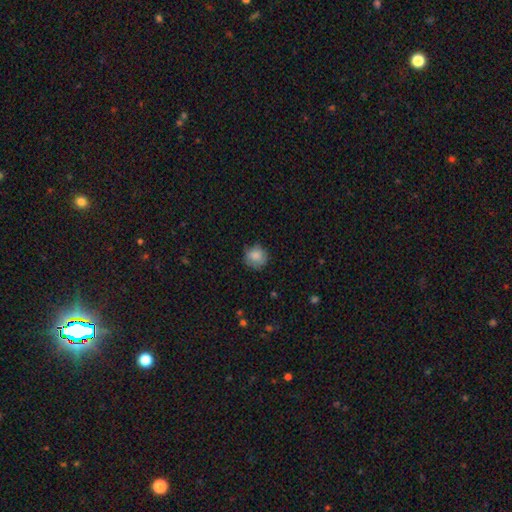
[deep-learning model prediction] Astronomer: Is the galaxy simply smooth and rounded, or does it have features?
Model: smooth — 84%.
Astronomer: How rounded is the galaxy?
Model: round — 89%.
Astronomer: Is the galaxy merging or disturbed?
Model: none — 75%.